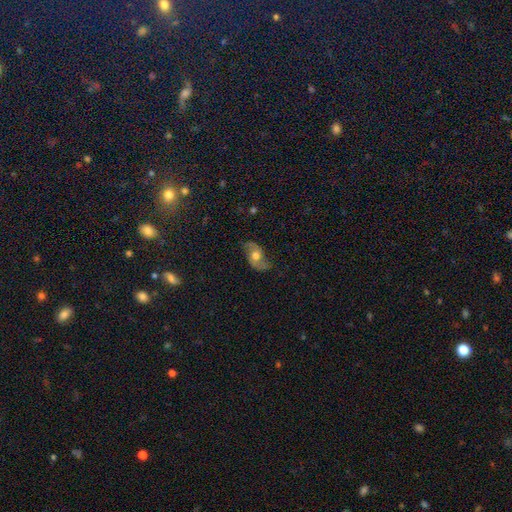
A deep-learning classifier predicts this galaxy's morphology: Overall: featured or disk (59%; smooth 33%). Edge-on disk: no (90%). Bar: no (76%). Spiral arms: yes (80%). Bulge size: moderate (71%). Merging: none (71%).